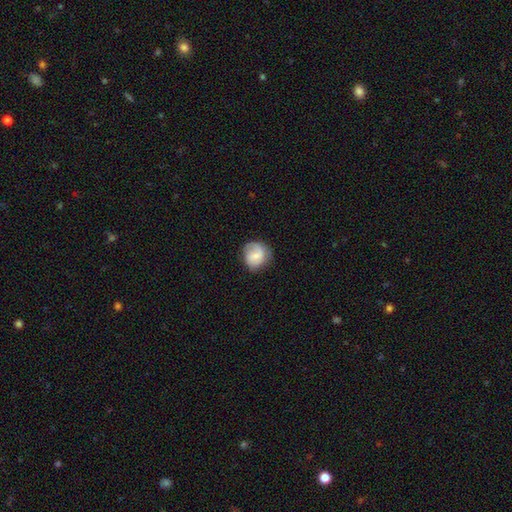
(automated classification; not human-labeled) smooth-or-featured: smooth: 57% | featured or disk: 36% | star or artifact: 7%
  how-rounded: round: 80% | in between: 19% | cigar-shaped: 1%
  merging: none: 68% | minor disturbance: 23% | major disturbance: 8% | merger: 1%